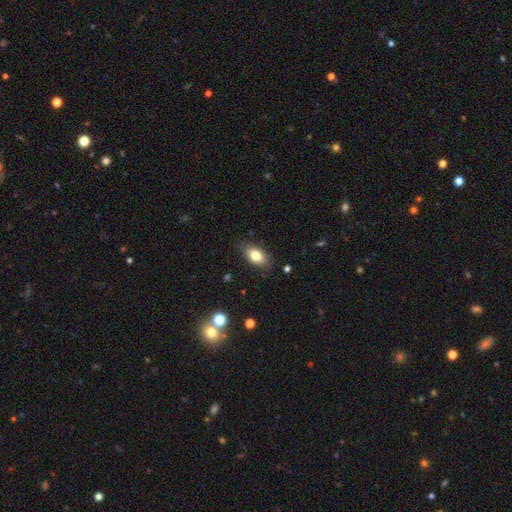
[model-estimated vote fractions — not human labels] Morphology: type=smooth (79%); roundness=in between (88%); merging=none (83%).